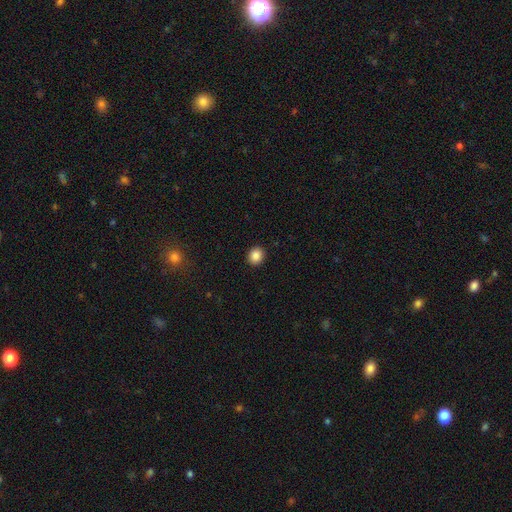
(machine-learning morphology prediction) smooth_or_featured: smooth (p=0.86) [alt: star or artifact p=0.10]
how_rounded: round (p=0.75) [alt: in between p=0.24]
merging: none (p=0.92) [alt: minor disturbance p=0.05]